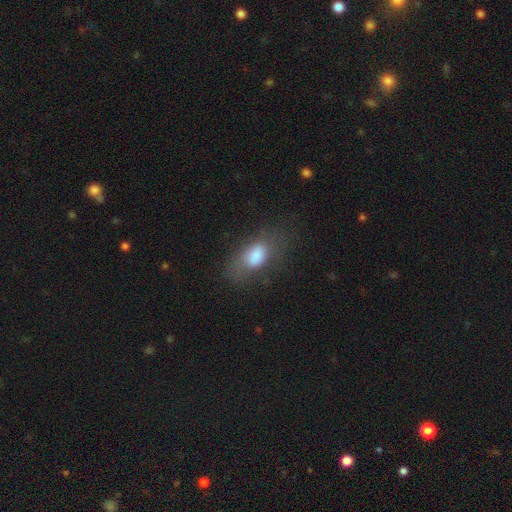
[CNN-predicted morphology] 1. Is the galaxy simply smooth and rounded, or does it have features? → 71% smooth, 19% featured or disk, 10% star or artifact.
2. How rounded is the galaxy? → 85% in between, 8% round, 7% cigar-shaped.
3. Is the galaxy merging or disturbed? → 63% none, 22% minor disturbance, 13% major disturbance, 2% merger.